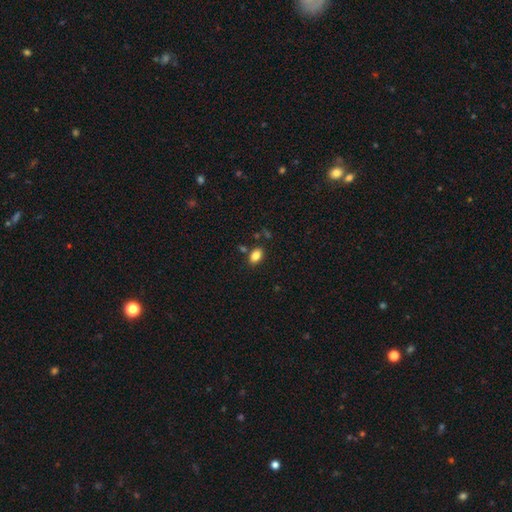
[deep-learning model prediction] Smooth or featured?
  - smooth: 85% *
  - star or artifact: 10%
  - featured or disk: 5%
How rounded?
  - in between: 85% *
  - round: 13%
  - cigar-shaped: 1%
Merging?
  - none: 81% *
  - minor disturbance: 10%
  - merger: 6%
  - major disturbance: 3%